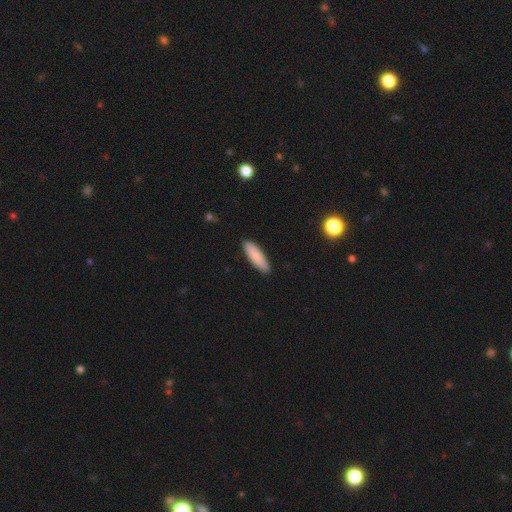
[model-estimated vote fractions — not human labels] smooth 88%, featured or disk 7%, star or artifact 6%. Down the decision tree: how rounded — cigar-shaped (54%); merging — none (90%).